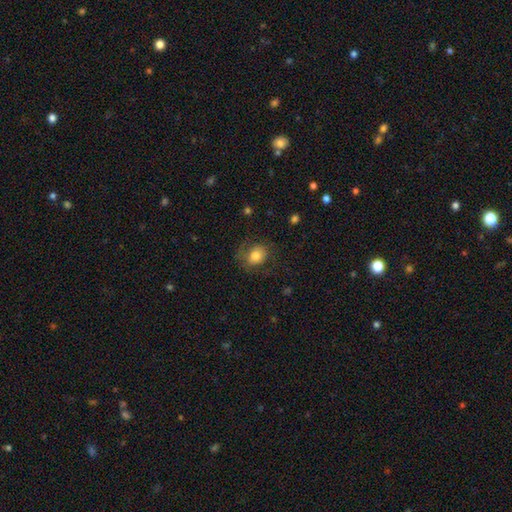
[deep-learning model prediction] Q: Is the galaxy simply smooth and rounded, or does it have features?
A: smooth — 76%.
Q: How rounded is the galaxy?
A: round — 56%.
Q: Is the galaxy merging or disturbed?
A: none — 66%.